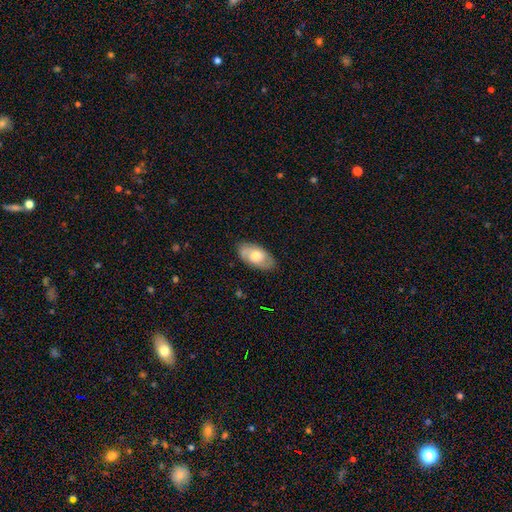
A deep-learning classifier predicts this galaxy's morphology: Smooth or featured? Predicted: featured or disk (p=0.48). Merging? Predicted: none (p=0.81).